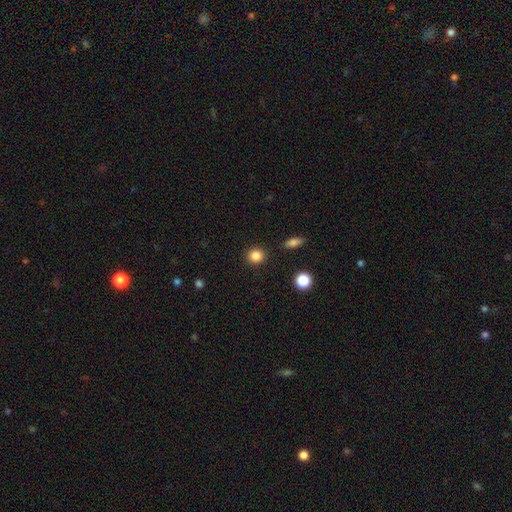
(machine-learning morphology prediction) A smooth galaxy with no disk features (85%) that is round (87%).

Vote fractions:
- Smooth or featured? smooth: 85% / star or artifact: 11% / featured or disk: 4%
- How rounded? round: 87% / in between: 12% / cigar-shaped: 1%
- Merging? none: 90% / minor disturbance: 6% / major disturbance: 2% / merger: 2%